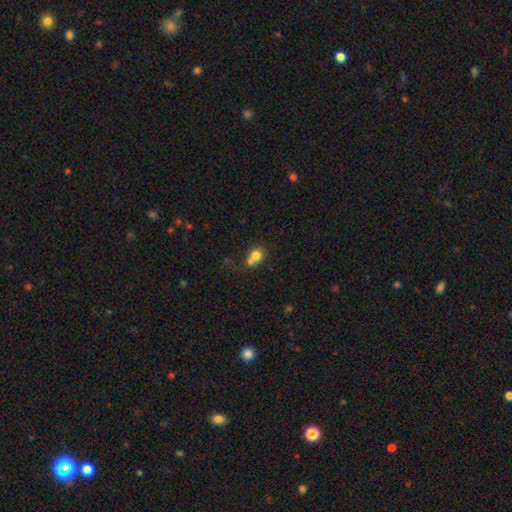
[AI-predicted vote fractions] smooth-or-featured: smooth: 76% | featured or disk: 12% | star or artifact: 11%
  how-rounded: round: 78% | in between: 21% | cigar-shaped: 1%
  merging: merger: 48% | none: 37% | minor disturbance: 10% | major disturbance: 6%